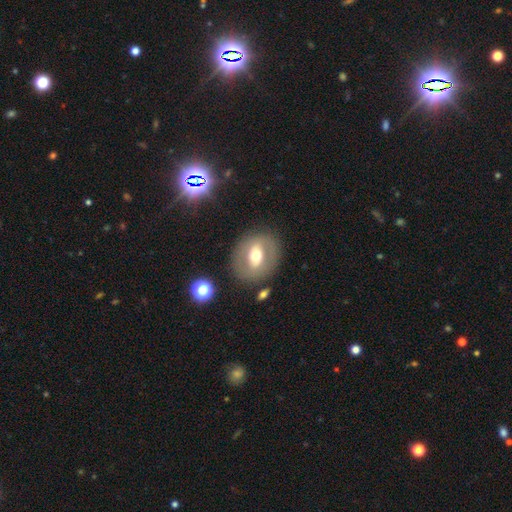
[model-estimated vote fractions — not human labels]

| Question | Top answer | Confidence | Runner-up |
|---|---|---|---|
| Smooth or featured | featured or disk | 48% | smooth (44%) |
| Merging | none | 81% | minor disturbance (11%) |